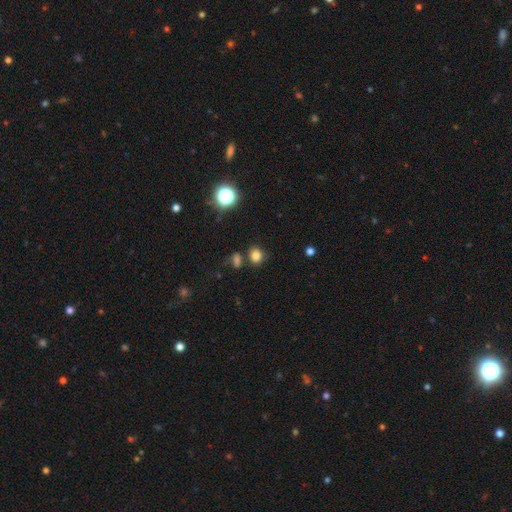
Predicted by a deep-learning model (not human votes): This is likely a smooth galaxy (79%). How rounded: likely round (71%). Merging: likely none (73%).